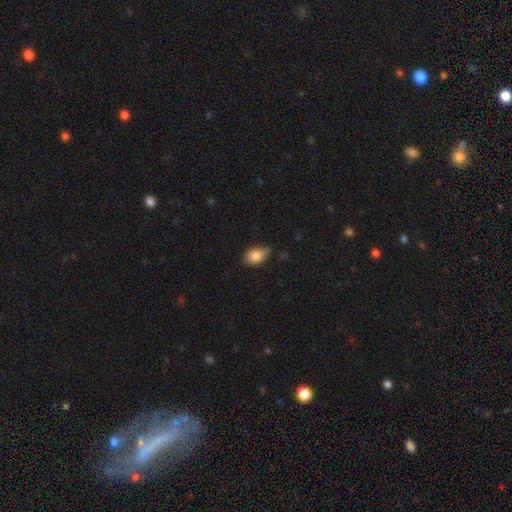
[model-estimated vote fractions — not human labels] Morphology: type=smooth (85%); roundness=in between (87%); merging=none (60%).